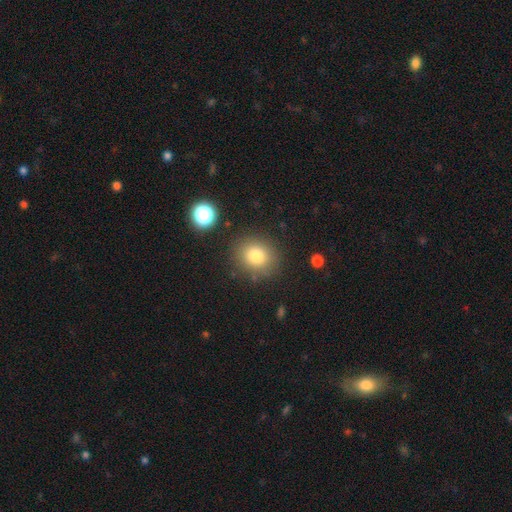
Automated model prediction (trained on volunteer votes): Overall: smooth (80%). How rounded: round (74%). Merging: none (84%).